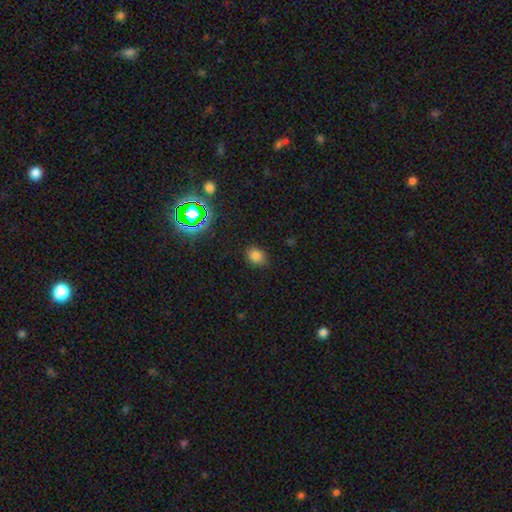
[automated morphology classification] Smooth or featured? Predicted: smooth (p=0.77). How rounded? Predicted: in between (p=0.60). Merging? Predicted: none (p=0.84).